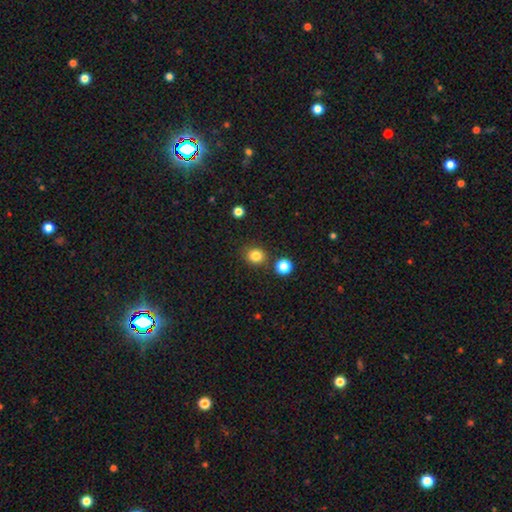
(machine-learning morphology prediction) The model was most divided on "how rounded": round: 79%, in between: 20%, cigar-shaped: 1%. More confident: merging — none (84%); smooth or featured — smooth (82%).